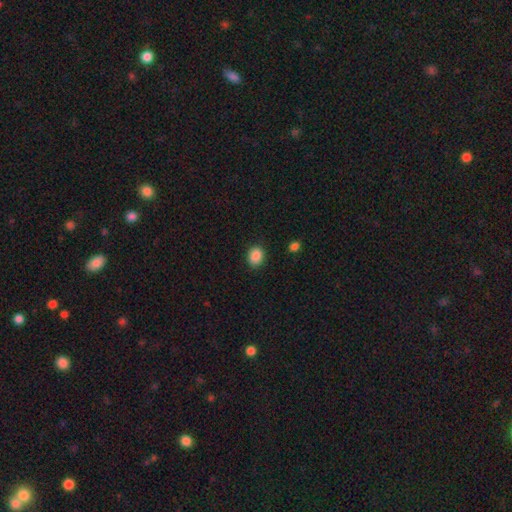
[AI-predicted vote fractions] Smooth or featured? Predicted: smooth (p=0.88). How rounded? Predicted: round (p=0.50). Merging? Predicted: none (p=0.88).